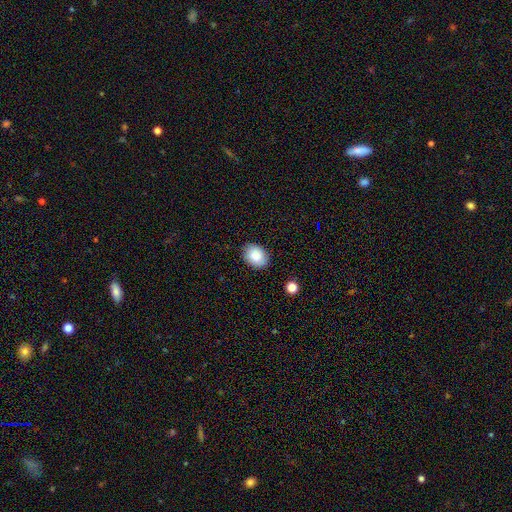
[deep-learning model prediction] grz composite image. It shows a smooth galaxy with no disk features (86%) that is in between round and cigar-shaped (70%). Merging: none (87%).